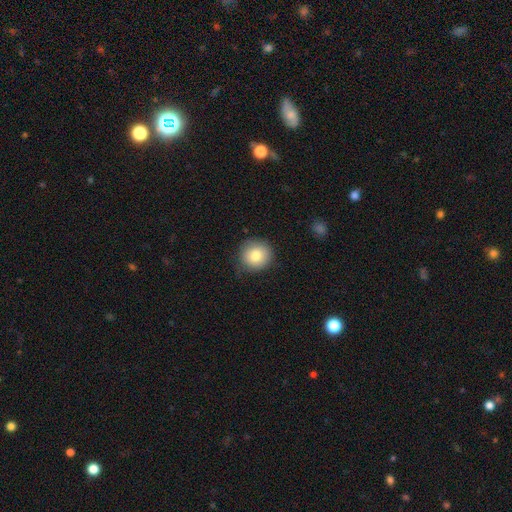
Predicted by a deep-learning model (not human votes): Smooth or featured? Predicted: smooth (p=0.80). How rounded? Predicted: round (p=0.92). Merging? Predicted: none (p=0.81).